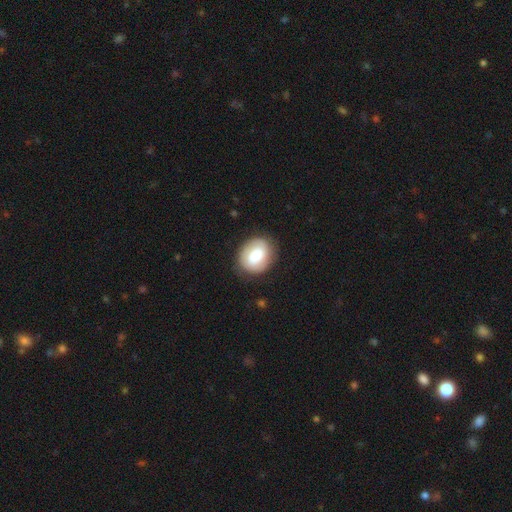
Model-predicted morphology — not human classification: type=smooth (65%); roundness=round (56%); merging=none (82%).